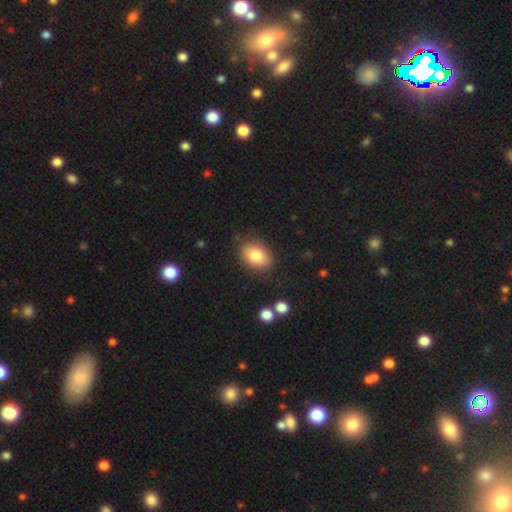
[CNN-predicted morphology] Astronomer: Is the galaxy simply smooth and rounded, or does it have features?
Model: smooth — 82%.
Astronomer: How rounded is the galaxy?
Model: in between — 74%.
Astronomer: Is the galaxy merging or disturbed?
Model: none — 83%.